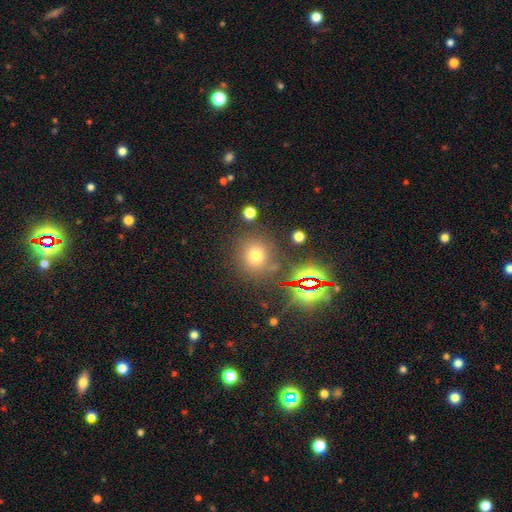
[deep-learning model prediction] Smooth or featured? smooth (66%)
How rounded? round (89%)
Merging? none (80%)